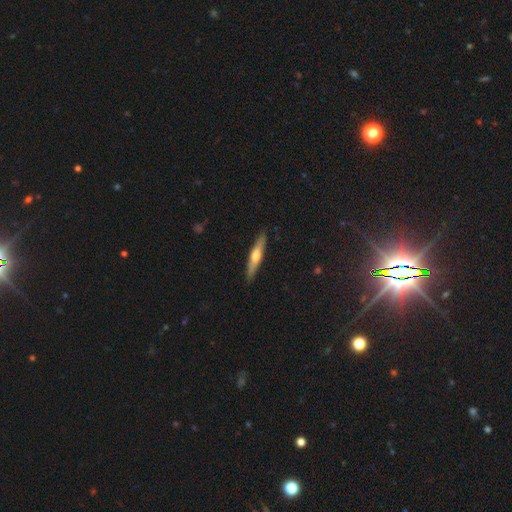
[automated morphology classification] The model was most divided on "smooth or featured": featured or disk: 49%, smooth: 45%, star or artifact: 5%. More confident: merging — none (89%).